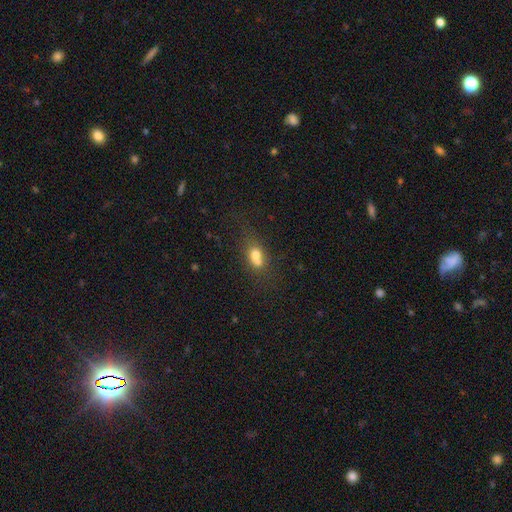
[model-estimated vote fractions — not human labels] Smooth or featured? smooth (68%)
How rounded? in between (55%)
Merging? merger (49%)